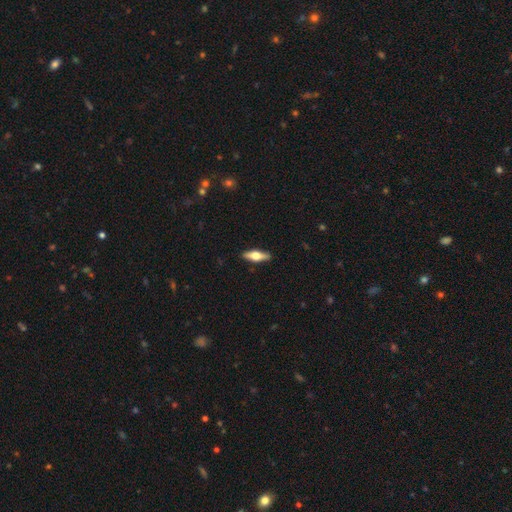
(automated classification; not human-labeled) smooth 48%, featured or disk 47%, star or artifact 6%. Down the decision tree: merging — none (90%).